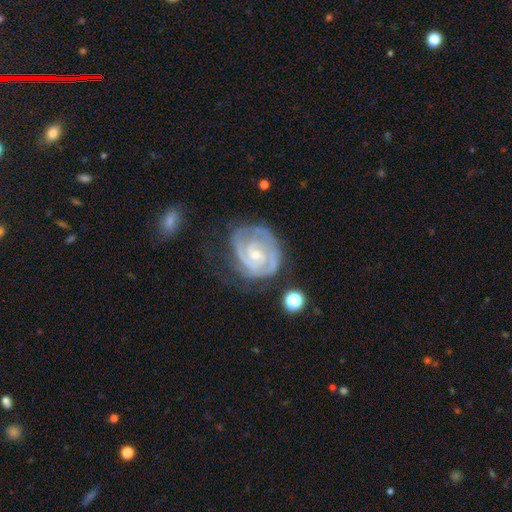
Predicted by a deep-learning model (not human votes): smooth_or_featured: featured or disk (p=0.89) [alt: smooth p=0.06]
disk_edge_on: no (p=0.98) [alt: yes p=0.02]
bar: no (p=0.64) [alt: weak p=0.29]
has_spiral_arms: yes (p=0.97) [alt: no p=0.03]
spiral_winding: tight (p=0.73) [alt: medium p=0.23]
spiral_arm_count: 2 (p=0.56) [alt: 3 p=0.19]
bulge_size: small (p=0.65) [alt: moderate p=0.30]
merging: none (p=0.63) [alt: minor disturbance p=0.23]